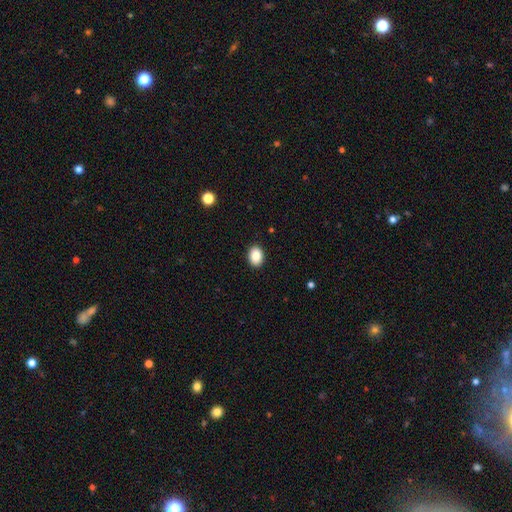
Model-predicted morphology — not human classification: smooth_or_featured: smooth (p=0.86) [alt: star or artifact p=0.08]
how_rounded: in between (p=0.72) [alt: round p=0.27]
merging: none (p=0.91) [alt: minor disturbance p=0.07]